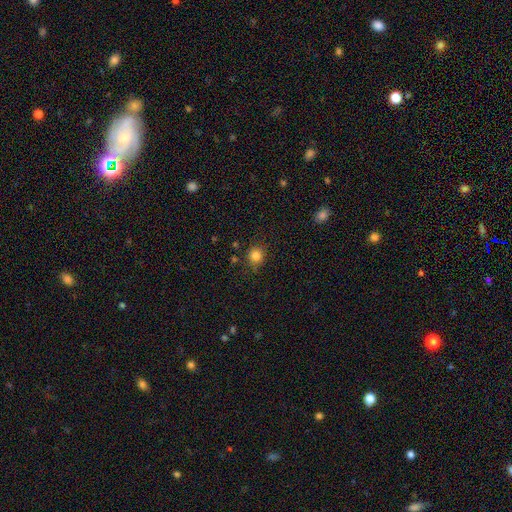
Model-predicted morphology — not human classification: Smooth or featured? Predicted: smooth (p=0.83). How rounded? Predicted: round (p=0.88). Merging? Predicted: none (p=0.83).